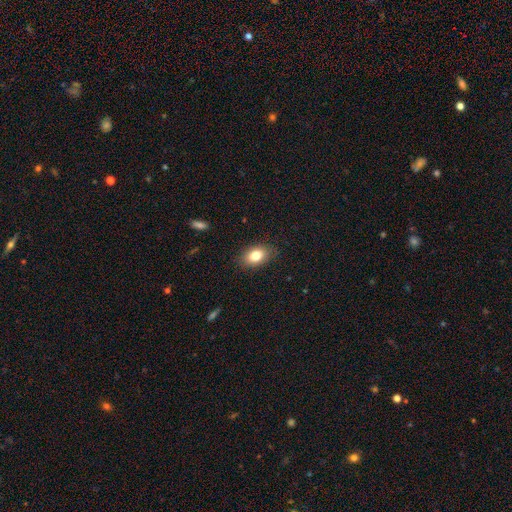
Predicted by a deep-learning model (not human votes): Smooth or featured? smooth (82%)
How rounded? in between (85%)
Merging? none (85%)